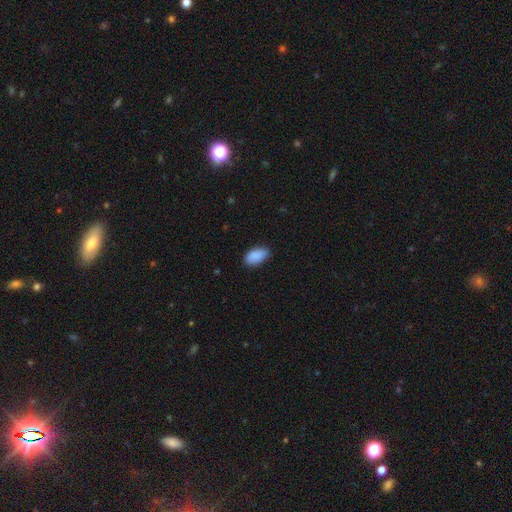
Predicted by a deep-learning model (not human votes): Overall: smooth (90%). How rounded: in between (94%). Merging: none (78%).